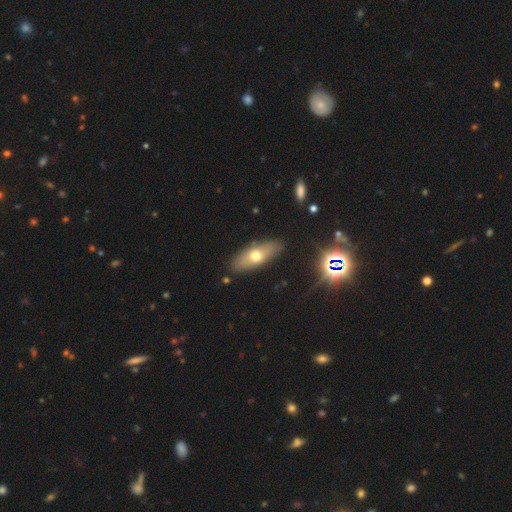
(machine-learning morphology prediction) A smooth galaxy with no disk features (60%) that is in between round and cigar-shaped (69%).

Vote fractions:
- Smooth or featured? smooth: 60% / featured or disk: 32% / star or artifact: 8%
- How rounded? in between: 69% / cigar-shaped: 28% / round: 3%
- Merging? none: 84% / minor disturbance: 11% / major disturbance: 3% / merger: 2%